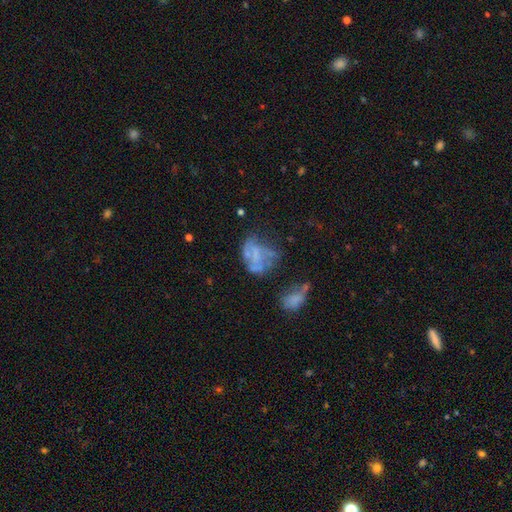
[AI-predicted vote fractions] Q: Smooth or featured?
A: featured or disk (53%); runner-up: smooth (31%)
Q: Edge-on disk?
A: no (97%); runner-up: yes (3%)
Q: Bar?
A: no (83%); runner-up: weak (12%)
Q: Spiral arms?
A: no (81%); runner-up: yes (19%)
Q: Bulge size?
A: none (73%); runner-up: small (14%)
Q: Merging?
A: major disturbance (34%); runner-up: none (31%)